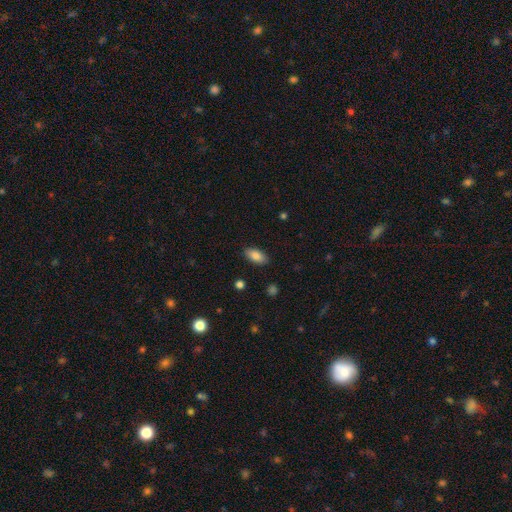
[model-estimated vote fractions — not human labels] smooth 83%, featured or disk 10%, star or artifact 7%. Down the decision tree: how rounded — in between (90%); merging — none (88%).